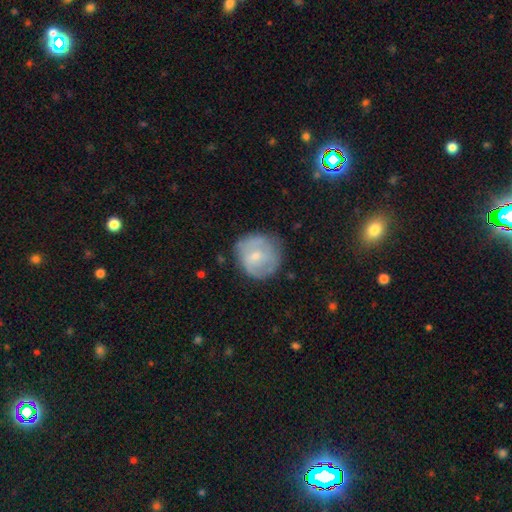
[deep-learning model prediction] smooth_or_featured: featured or disk (p=0.47) [alt: smooth p=0.46]
merging: none (p=0.70) [alt: minor disturbance p=0.21]